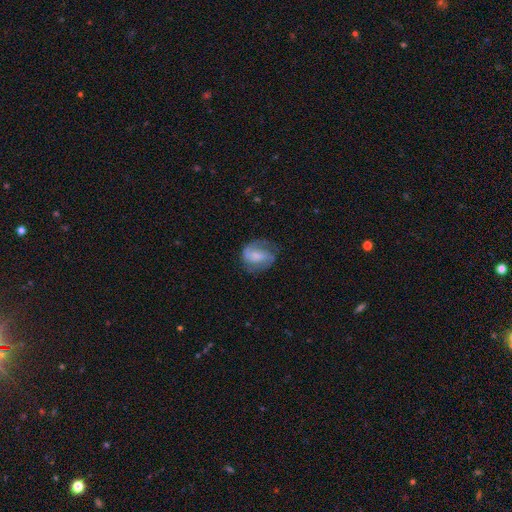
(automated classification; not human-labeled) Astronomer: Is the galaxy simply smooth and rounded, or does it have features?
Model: featured or disk — 65%.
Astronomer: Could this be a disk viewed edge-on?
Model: no — 97%.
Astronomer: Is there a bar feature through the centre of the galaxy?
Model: weak — 43% (runner-up: no, 41%).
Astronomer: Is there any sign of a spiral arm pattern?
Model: yes — 90%.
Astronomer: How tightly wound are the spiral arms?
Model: medium — 47% (runner-up: loose, 27%).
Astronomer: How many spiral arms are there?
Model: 2 — 75%.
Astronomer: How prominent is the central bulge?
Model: small — 42% (runner-up: moderate, 31%).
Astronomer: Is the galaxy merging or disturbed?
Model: none — 62%.